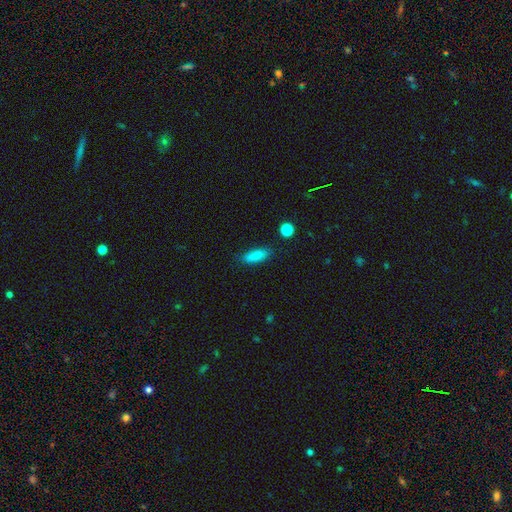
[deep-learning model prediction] Overall: smooth (86%). How rounded: in between (58%; cigar-shaped 39%). Merging: none (81%).